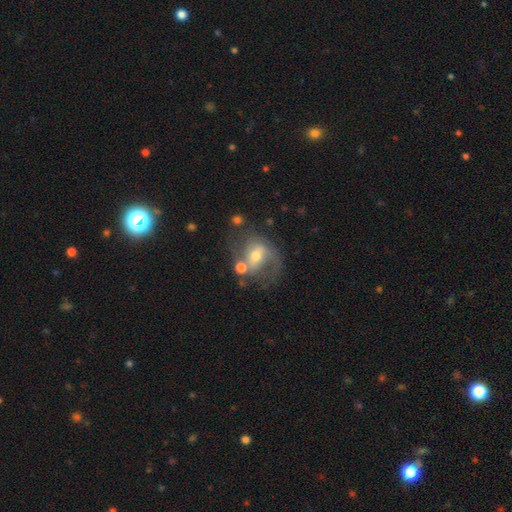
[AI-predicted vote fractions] Morphology: type=featured or disk (67%); edge-on=no (97%); bar=weak (45%); spiral arms=yes (81%); winding=medium (47%); arm count=2 (70%); bulge=moderate (63%); merging=none (47%).